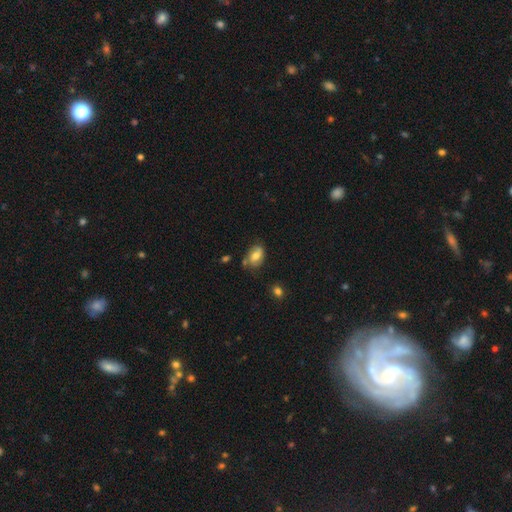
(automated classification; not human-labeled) A smooth galaxy with no disk features (59%) that is in between round and cigar-shaped (82%). Merging: none (59%).